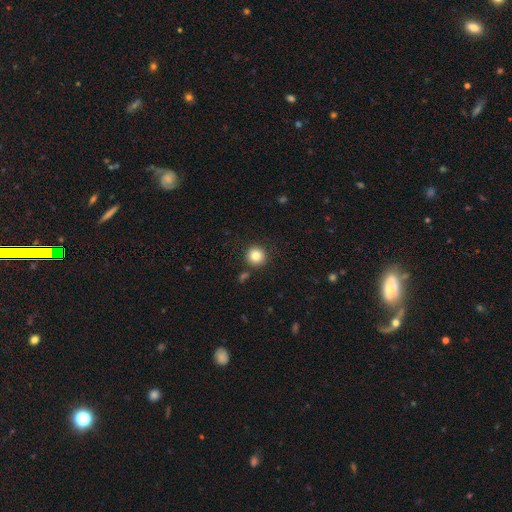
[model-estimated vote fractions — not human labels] Q: Smooth or featured?
A: smooth (83%); runner-up: star or artifact (10%)
Q: How rounded?
A: round (95%); runner-up: in between (4%)
Q: Merging?
A: none (88%); runner-up: minor disturbance (6%)